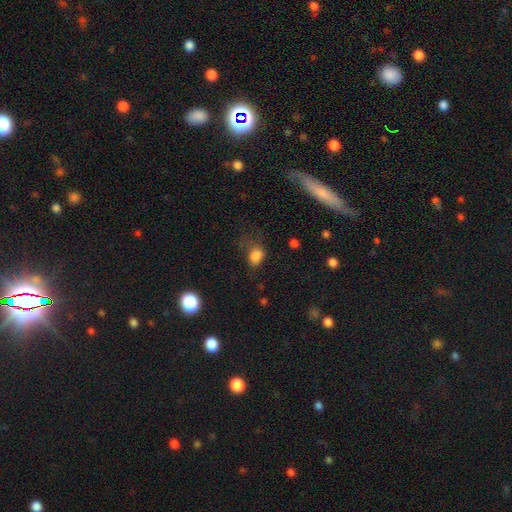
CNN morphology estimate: A smooth galaxy with no disk features (81%) that is in between round and cigar-shaped (73%).

Vote fractions:
- Smooth or featured? smooth: 81% / star or artifact: 13% / featured or disk: 7%
- How rounded? in between: 73% / round: 26% / cigar-shaped: 2%
- Merging? none: 43% / minor disturbance: 29% / major disturbance: 25% / merger: 3%